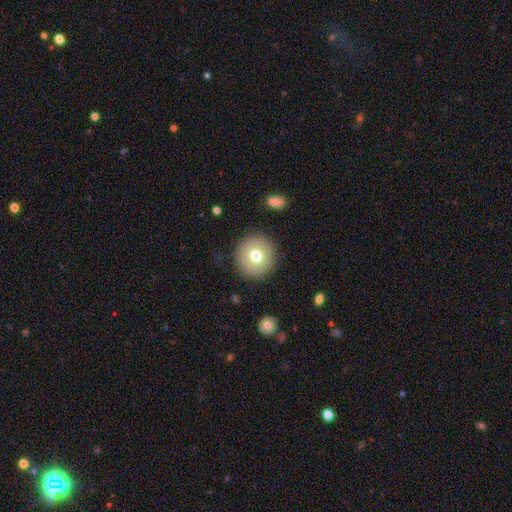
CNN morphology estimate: A smooth galaxy with no disk features (73%) that is round (94%). Merging: none (89%).